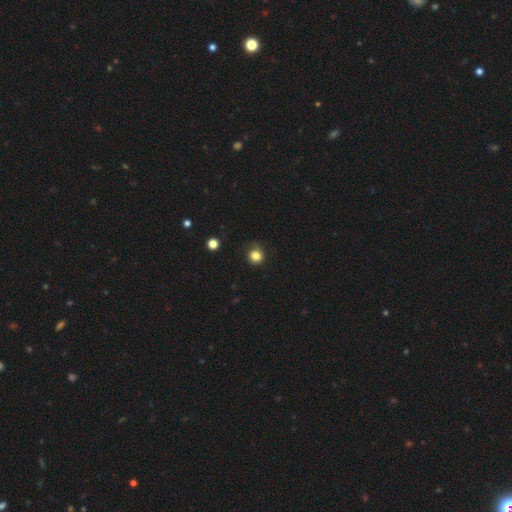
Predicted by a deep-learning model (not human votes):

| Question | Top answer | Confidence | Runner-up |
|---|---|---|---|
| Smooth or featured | smooth | 81% | star or artifact (12%) |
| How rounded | round | 86% | in between (13%) |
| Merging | none | 70% | minor disturbance (21%) |